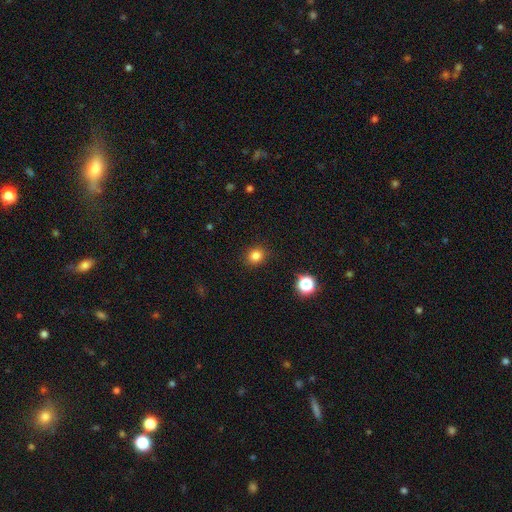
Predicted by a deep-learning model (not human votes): Smooth or featured?
  - smooth: 82% *
  - star or artifact: 13%
  - featured or disk: 4%
How rounded?
  - round: 75% *
  - in between: 25%
  - cigar-shaped: 1%
Merging?
  - none: 89% *
  - minor disturbance: 7%
  - major disturbance: 2%
  - merger: 1%